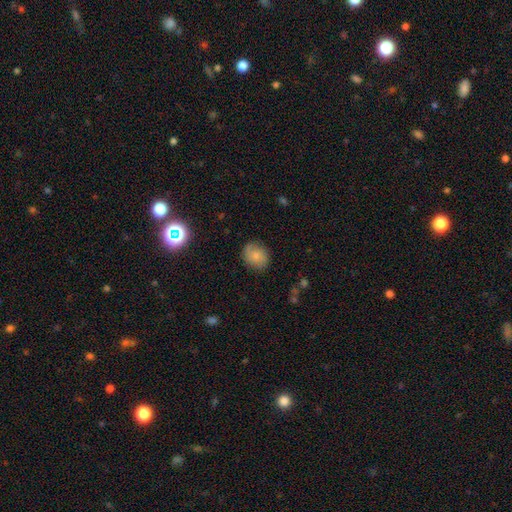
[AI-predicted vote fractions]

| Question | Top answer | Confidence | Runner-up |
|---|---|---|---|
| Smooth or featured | smooth | 61% | featured or disk (29%) |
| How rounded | round | 65% | in between (34%) |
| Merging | none | 77% | minor disturbance (17%) |